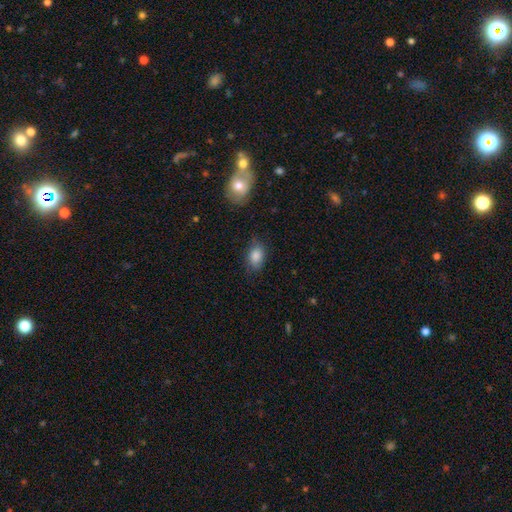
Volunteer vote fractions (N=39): Volunteers were most divided on "how rounded": in between: 77%, round: 23%, cigar-shaped: 0%. More confident: smooth or featured — smooth (90%); merging — none (74%).